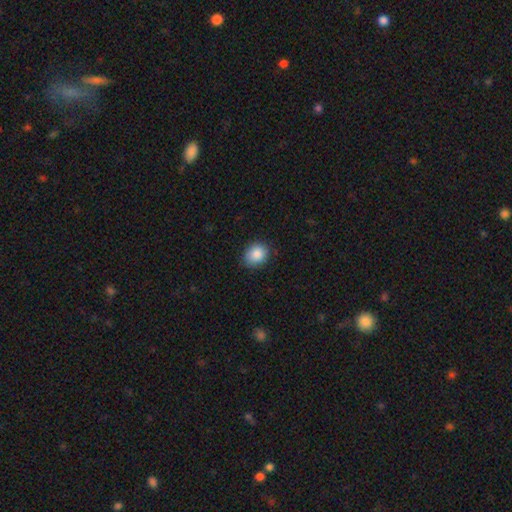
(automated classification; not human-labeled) Smooth or featured? Predicted: smooth (p=0.88). How rounded? Predicted: round (p=0.57). Merging? Predicted: none (p=0.84).